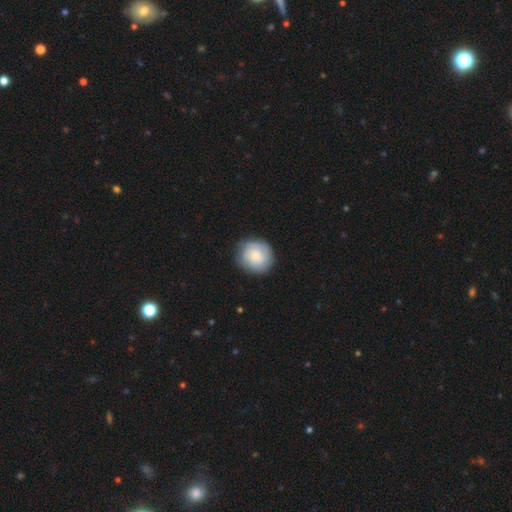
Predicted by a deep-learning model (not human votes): smooth 62%, featured or disk 31%, star or artifact 6%. Down the decision tree: how rounded — round (88%); merging — none (79%).